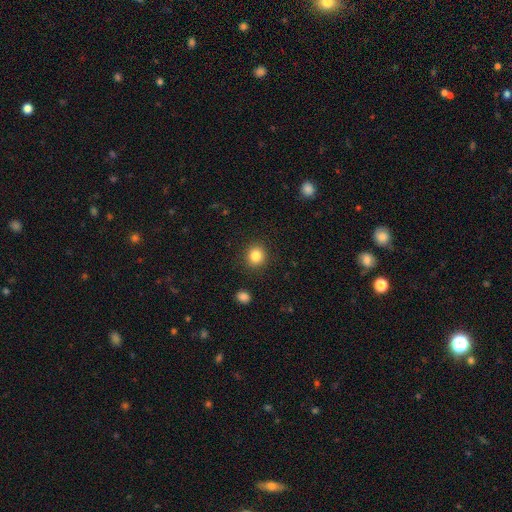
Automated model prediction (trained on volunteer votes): smooth 84%, star or artifact 11%, featured or disk 5%. Down the decision tree: how rounded — round (86%); merging — none (90%).